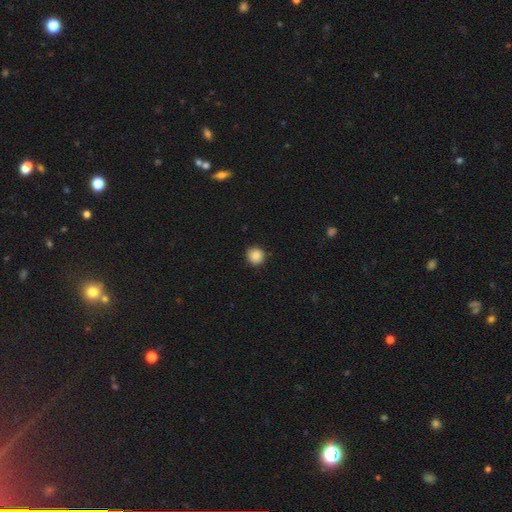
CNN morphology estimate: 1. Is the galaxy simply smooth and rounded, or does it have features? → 87% smooth, 9% star or artifact, 3% featured or disk.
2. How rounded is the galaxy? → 92% round, 7% in between, 1% cigar-shaped.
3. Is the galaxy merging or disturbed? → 89% none, 8% minor disturbance, 2% major disturbance, 1% merger.